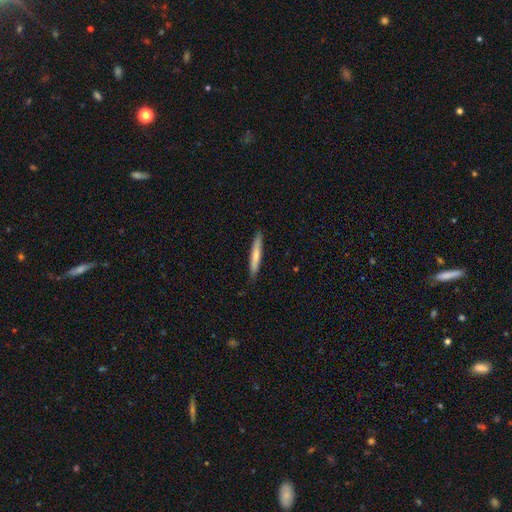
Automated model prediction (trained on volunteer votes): The model was most divided on "smooth or featured": smooth: 65%, featured or disk: 29%, star or artifact: 5%. More confident: how rounded — cigar-shaped (95%); merging — none (88%).